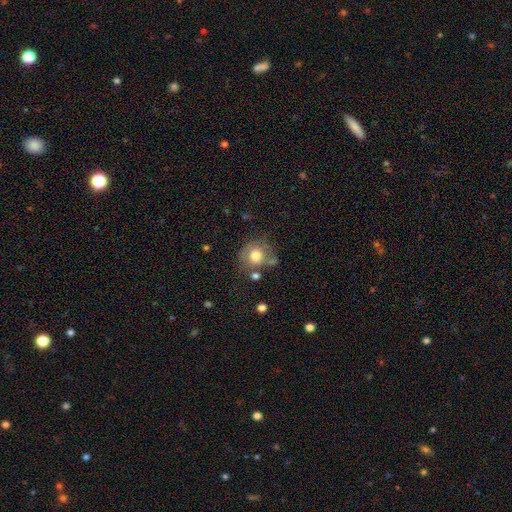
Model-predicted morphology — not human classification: Smooth or featured: smooth — 67% (featured or disk — 24%)
How rounded: round — 79% (in between — 21%)
Merging: none — 55% (minor disturbance — 22%)